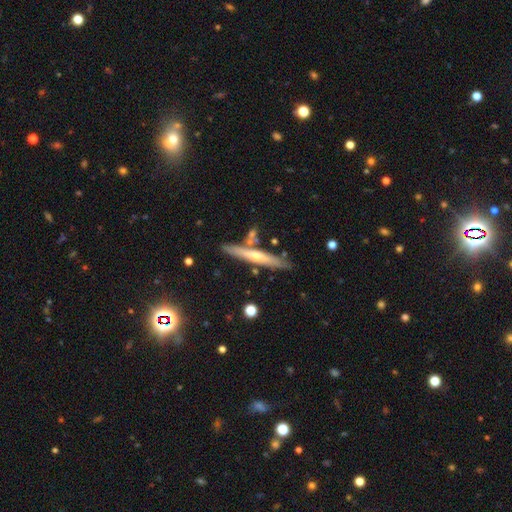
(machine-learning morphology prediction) smooth-or-featured: featured or disk: 57% | smooth: 36% | star or artifact: 6%
  disk-edge-on: yes: 92% | no: 8%
    edge-on-bulge: rounded: 69% | none: 28% | boxy: 3%
  merging: none: 80% | minor disturbance: 11% | merger: 7% | major disturbance: 2%